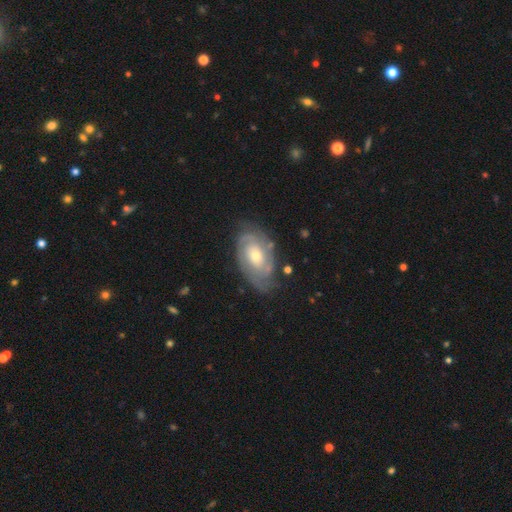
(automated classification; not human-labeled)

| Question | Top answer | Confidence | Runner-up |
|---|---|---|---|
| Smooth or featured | featured or disk | 82% | smooth (13%) |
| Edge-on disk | no | 96% | yes (4%) |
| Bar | no | 70% | weak (24%) |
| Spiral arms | yes | 92% | no (8%) |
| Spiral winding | tight | 69% | medium (24%) |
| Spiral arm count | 2 | 50% | can't tell (27%) |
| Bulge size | moderate | 57% | small (37%) |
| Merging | none | 73% | minor disturbance (19%) |